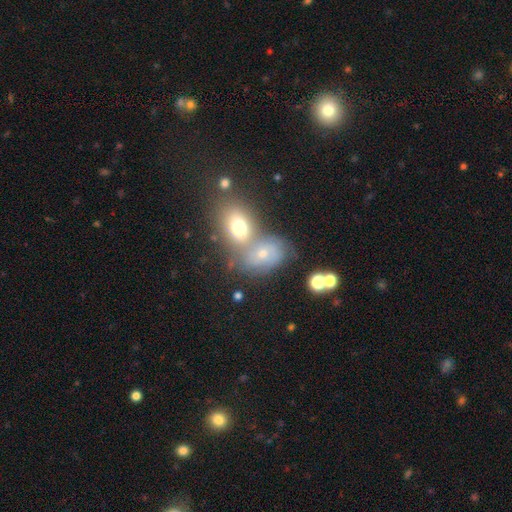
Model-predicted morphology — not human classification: Q: Smooth or featured?
A: smooth (49%); runner-up: featured or disk (35%)
Q: Merging?
A: merger (44%); runner-up: none (37%)